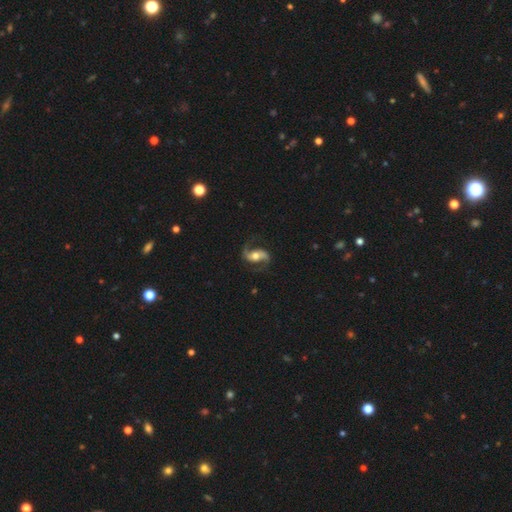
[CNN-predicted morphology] Q: Smooth or featured?
A: featured or disk (89%); runner-up: smooth (6%)
Q: Edge-on disk?
A: no (97%); runner-up: yes (3%)
Q: Bar?
A: no (40%); runner-up: weak (32%)
Q: Spiral arms?
A: yes (97%); runner-up: no (3%)
Q: Spiral winding?
A: loose (54%); runner-up: medium (37%)
Q: Spiral arm count?
A: 2 (94%); runner-up: can't tell (2%)
Q: Bulge size?
A: moderate (69%); runner-up: small (16%)
Q: Merging?
A: none (79%); runner-up: minor disturbance (13%)